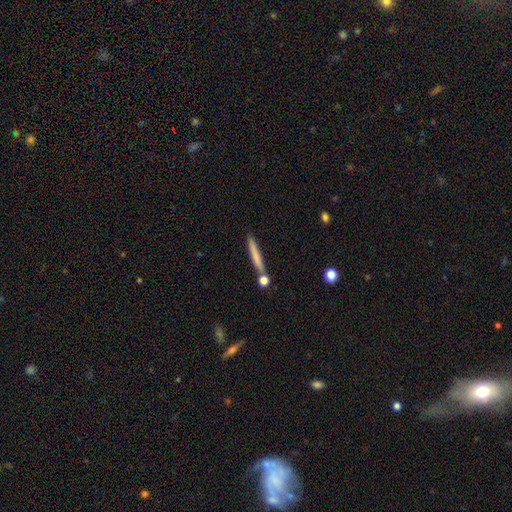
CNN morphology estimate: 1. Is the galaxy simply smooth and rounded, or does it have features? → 71% smooth, 23% featured or disk, 6% star or artifact.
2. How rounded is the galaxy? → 95% cigar-shaped, 3% in between, 2% round.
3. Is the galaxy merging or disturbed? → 78% none, 10% minor disturbance, 9% merger, 3% major disturbance.